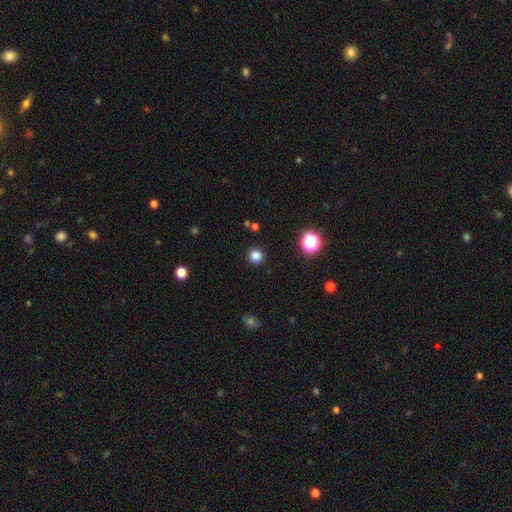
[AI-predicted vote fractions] smooth_or_featured: smooth (p=0.82) [alt: star or artifact p=0.15]
how_rounded: round (p=0.95) [alt: in between p=0.04]
merging: none (p=0.92) [alt: minor disturbance p=0.05]